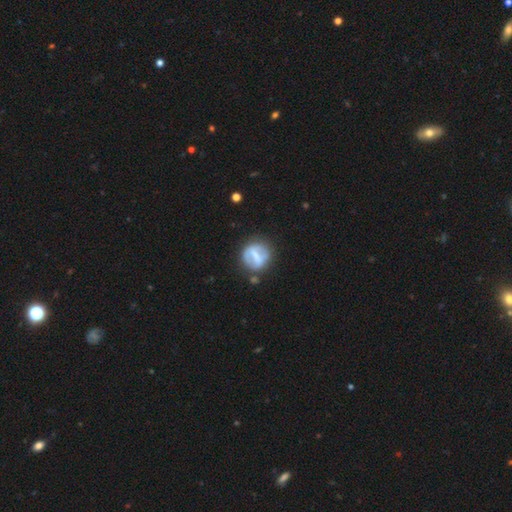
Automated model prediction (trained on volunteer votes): A featured or disk galaxy (59%) with a strong bar (69%), no spiral arms (71%) and no central bulge (35%). Merging: none (69%).